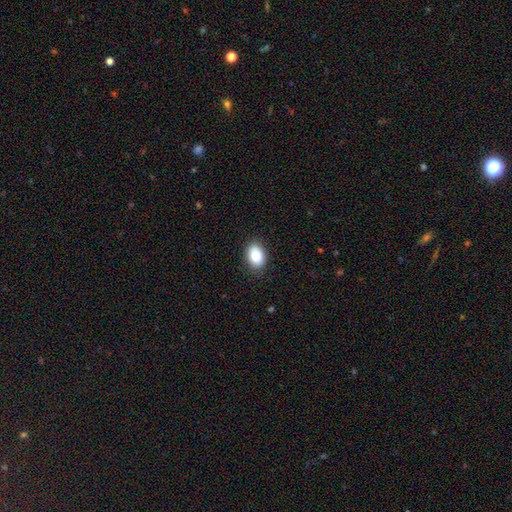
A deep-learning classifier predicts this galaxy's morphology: This appears to be a smooth galaxy with no disk features (87%) that is in between round and cigar-shaped (83%). Merging: none (86%).